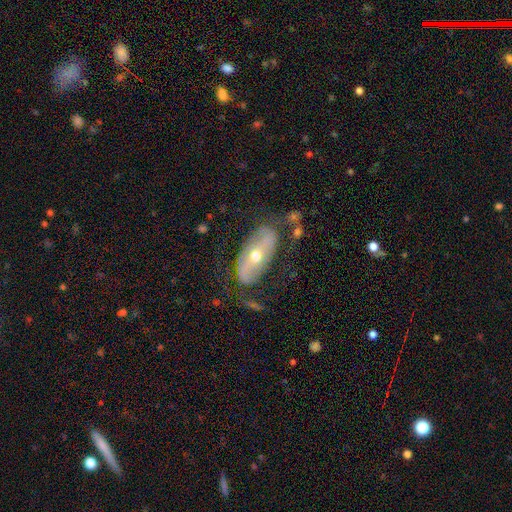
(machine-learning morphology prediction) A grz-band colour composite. It shows a featured or disk galaxy (69%) with no bar (42%), spiral arms (64%) and a moderate central bulge (59%). Merging: none (62%).